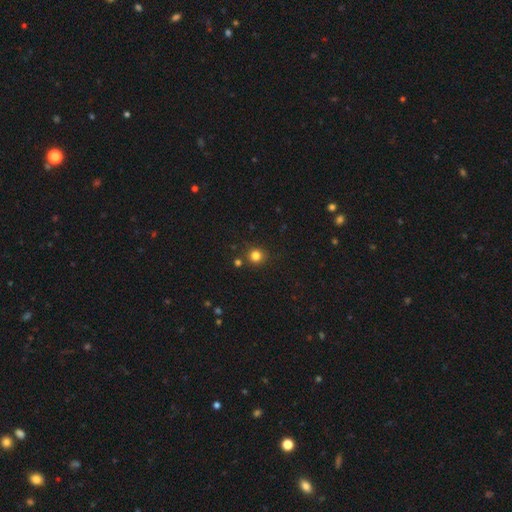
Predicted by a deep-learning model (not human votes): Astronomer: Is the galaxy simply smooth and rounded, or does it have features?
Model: smooth — 81%.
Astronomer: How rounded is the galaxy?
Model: round — 92%.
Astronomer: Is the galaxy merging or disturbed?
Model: none — 85%.